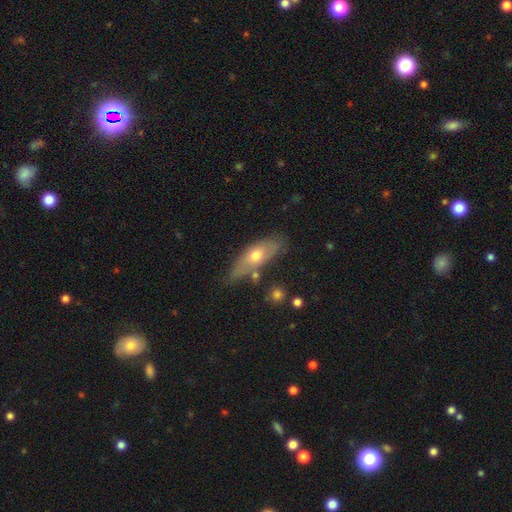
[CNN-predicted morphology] This is possibly a smooth galaxy (49%). Merging: likely none (64%).